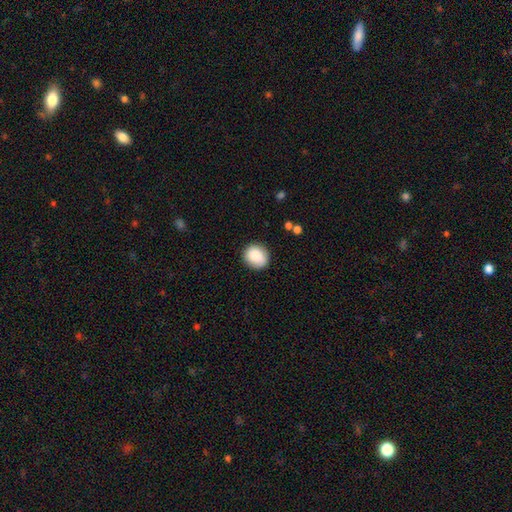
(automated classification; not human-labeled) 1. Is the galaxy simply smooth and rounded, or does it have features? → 87% smooth, 8% star or artifact, 5% featured or disk.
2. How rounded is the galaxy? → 75% round, 24% in between, 1% cigar-shaped.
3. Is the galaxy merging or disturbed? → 86% none, 10% minor disturbance, 2% major disturbance, 1% merger.